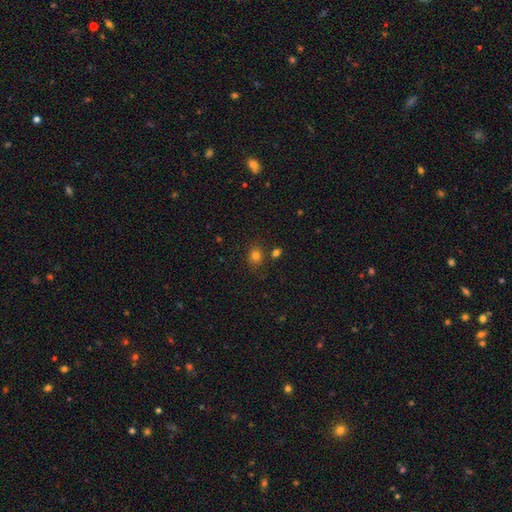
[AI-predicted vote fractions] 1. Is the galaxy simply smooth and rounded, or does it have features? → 80% smooth, 14% star or artifact, 6% featured or disk.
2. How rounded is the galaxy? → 63% round, 36% in between, 1% cigar-shaped.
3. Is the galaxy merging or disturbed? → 76% none, 12% minor disturbance, 8% merger, 4% major disturbance.